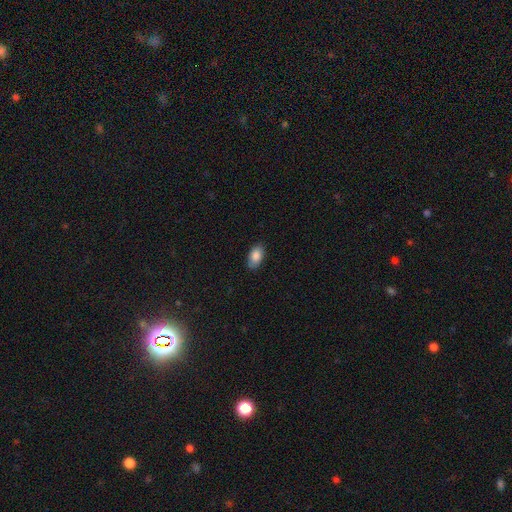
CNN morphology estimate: smooth-or-featured: smooth: 87% | star or artifact: 7% | featured or disk: 6%
  how-rounded: in between: 92% | round: 5% | cigar-shaped: 2%
  merging: none: 85% | minor disturbance: 12% | major disturbance: 2% | merger: 1%